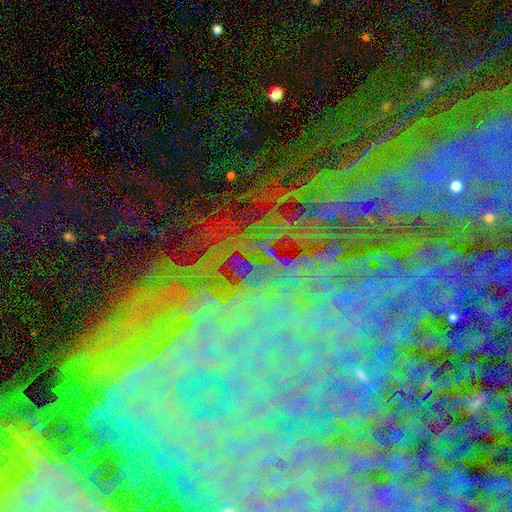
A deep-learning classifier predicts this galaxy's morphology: smooth_or_featured: star or artifact (p=0.74) [alt: featured or disk p=0.17]